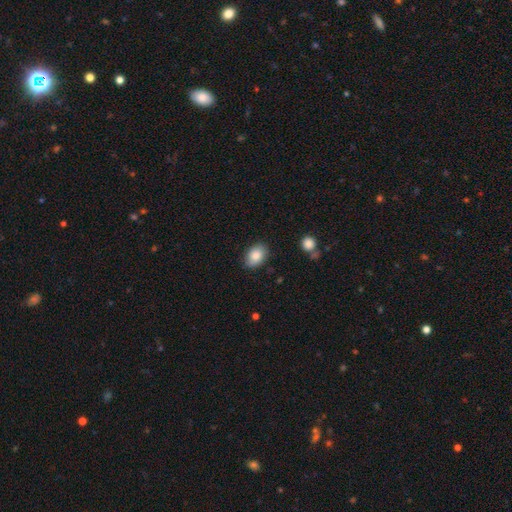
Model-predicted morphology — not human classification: Smooth or featured: smooth — 84% (featured or disk — 8%)
How rounded: in between — 79% (round — 20%)
Merging: none — 80% (minor disturbance — 16%)